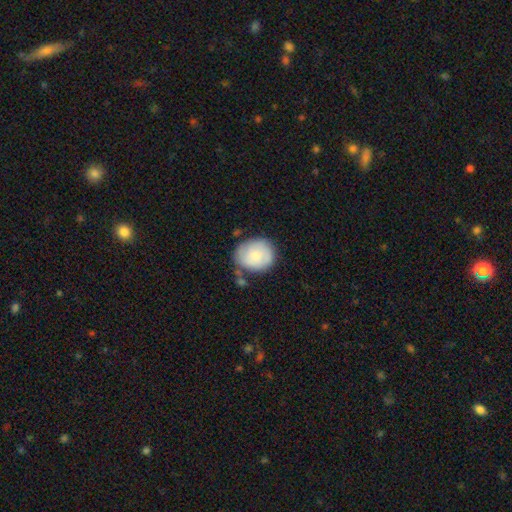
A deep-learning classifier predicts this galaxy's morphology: Smooth or featured: smooth — 70% (featured or disk — 24%)
How rounded: round — 68% (in between — 31%)
Merging: none — 63% (minor disturbance — 23%)